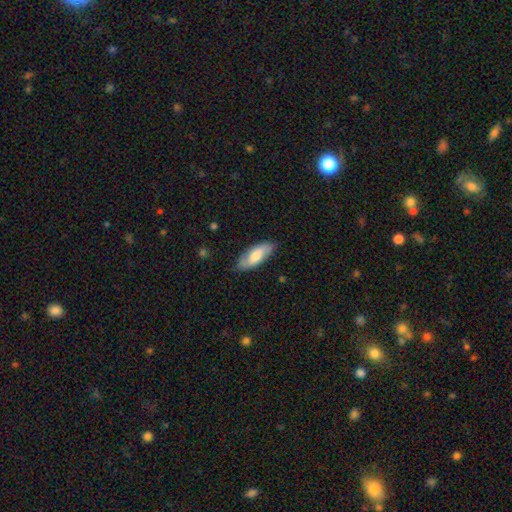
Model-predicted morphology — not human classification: This is likely a smooth galaxy (62%). How rounded: likely in between (76%). Merging: clearly none (82%).